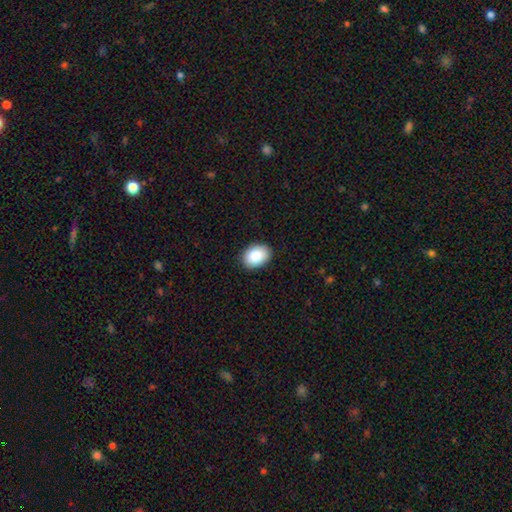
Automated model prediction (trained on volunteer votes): Morphology: type=smooth (86%); roundness=in between (77%); merging=none (89%).